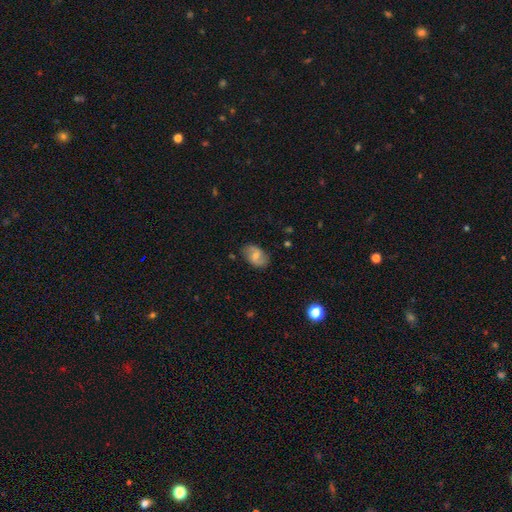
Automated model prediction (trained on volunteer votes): featured or disk 49%, smooth 43%, star or artifact 8%. Down the decision tree: merging — none (80%).